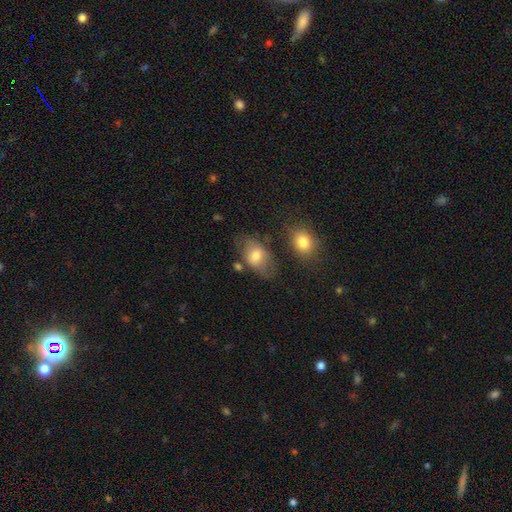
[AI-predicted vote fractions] A smooth galaxy with no disk features (71%) that is in between round and cigar-shaped (86%). Merging: none (56%).